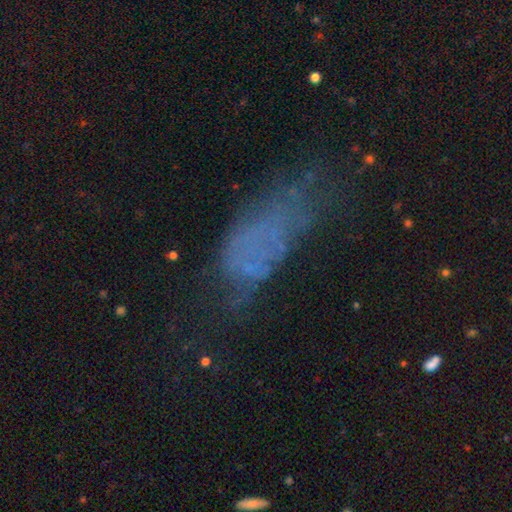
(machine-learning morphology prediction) smooth_or_featured: smooth (p=0.43) [alt: featured or disk p=0.33]
merging: none (p=0.36) [tied with: major disturbance p=0.36]